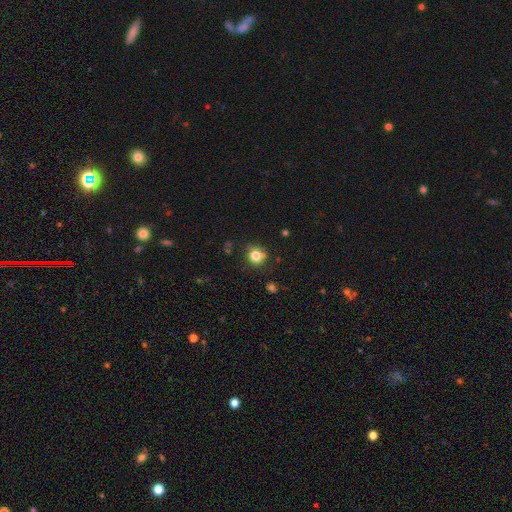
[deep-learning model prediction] Overall: smooth (79%). How rounded: round (79%). Merging: none (74%).